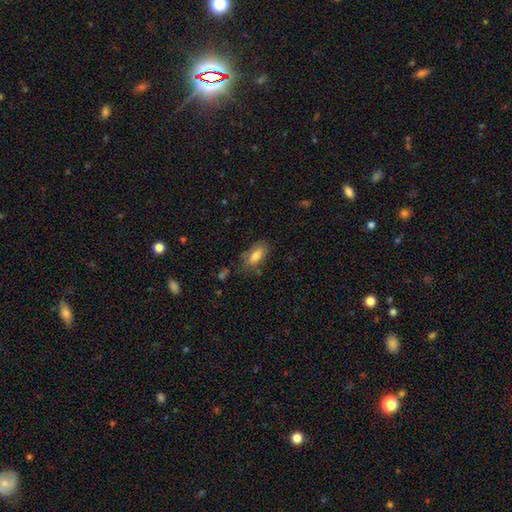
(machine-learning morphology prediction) A smooth galaxy with no disk features (79%) that is in between round and cigar-shaped (82%). Merging: none (68%).